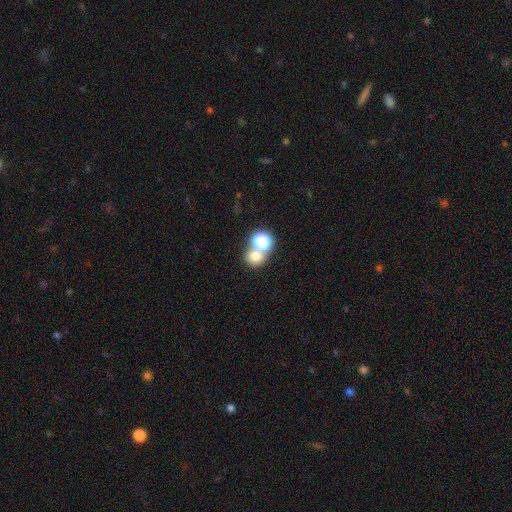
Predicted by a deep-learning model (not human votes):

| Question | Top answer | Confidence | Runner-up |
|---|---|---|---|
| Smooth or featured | smooth | 70% | star or artifact (20%) |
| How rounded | round | 80% | in between (19%) |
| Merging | none | 50% | merger (40%) |